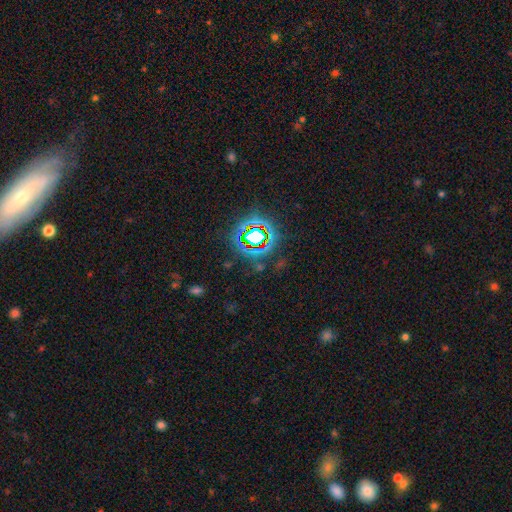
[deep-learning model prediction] smooth-or-featured: star or artifact: 63% | smooth: 20% | featured or disk: 16%